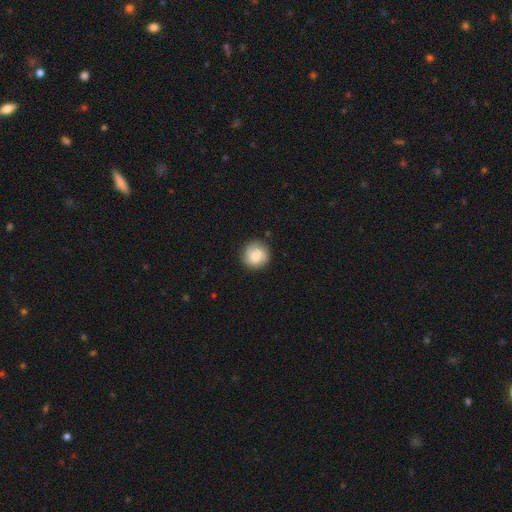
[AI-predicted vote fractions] Smooth or featured: smooth — 72% (featured or disk — 21%)
How rounded: round — 93% (in between — 6%)
Merging: none — 85% (minor disturbance — 11%)